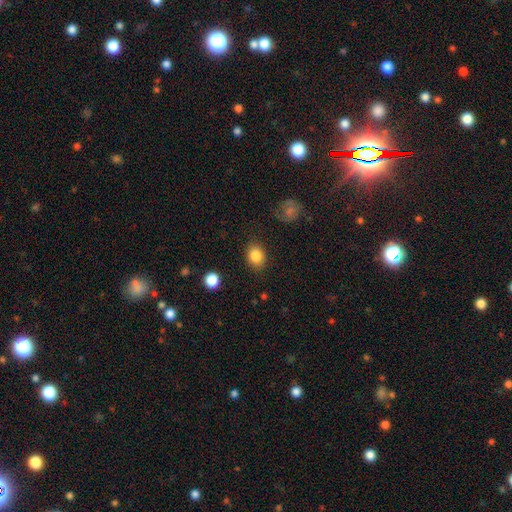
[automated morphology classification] A smooth galaxy with no disk features (85%) that is in between round and cigar-shaped (56%). Merging: none (85%).